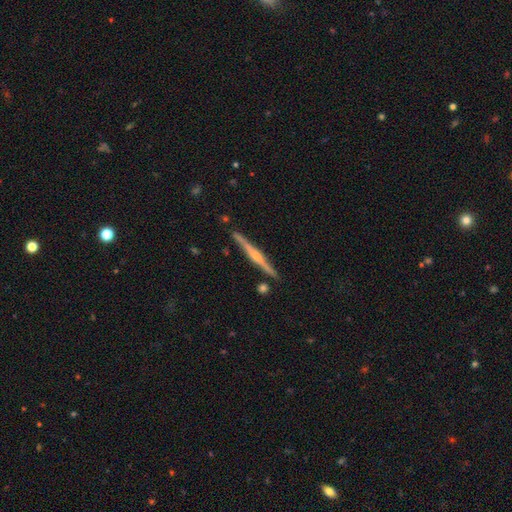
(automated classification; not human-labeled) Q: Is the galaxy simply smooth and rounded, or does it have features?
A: featured or disk — 77%.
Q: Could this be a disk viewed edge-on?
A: yes — 98%.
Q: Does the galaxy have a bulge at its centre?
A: rounded — 73%.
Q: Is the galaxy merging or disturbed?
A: none — 89%.